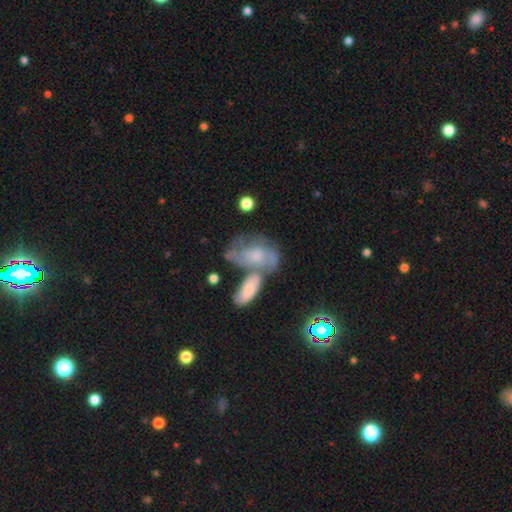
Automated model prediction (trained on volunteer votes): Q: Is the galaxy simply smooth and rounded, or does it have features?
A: featured or disk — 58%.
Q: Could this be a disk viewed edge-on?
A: no — 94%.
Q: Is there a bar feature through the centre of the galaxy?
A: no — 72%.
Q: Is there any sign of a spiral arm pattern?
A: yes — 71%.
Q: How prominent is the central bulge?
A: small — 39%.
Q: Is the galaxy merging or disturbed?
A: merger — 42%.